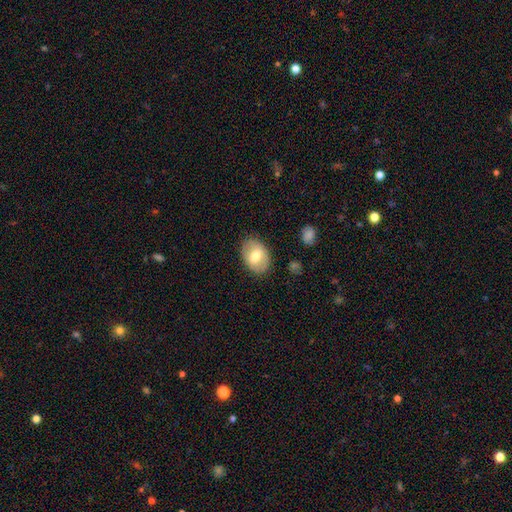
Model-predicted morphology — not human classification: The model was most divided on "smooth or featured": smooth: 60%, featured or disk: 33%, star or artifact: 7%. More confident: merging — none (84%); how rounded — in between (76%).